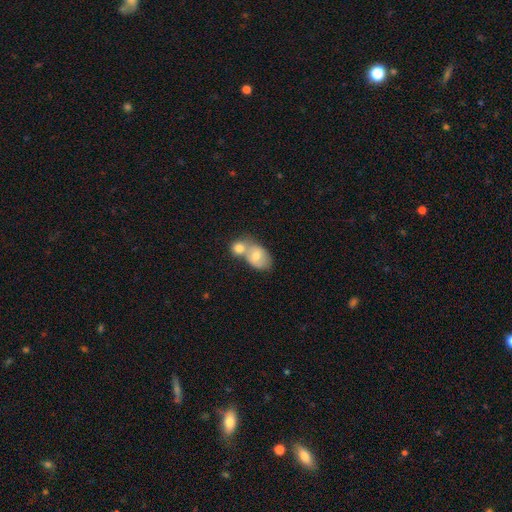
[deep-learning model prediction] This is likely a smooth galaxy (69%). How rounded: likely in between (70%). Merging: likely merger (67%).